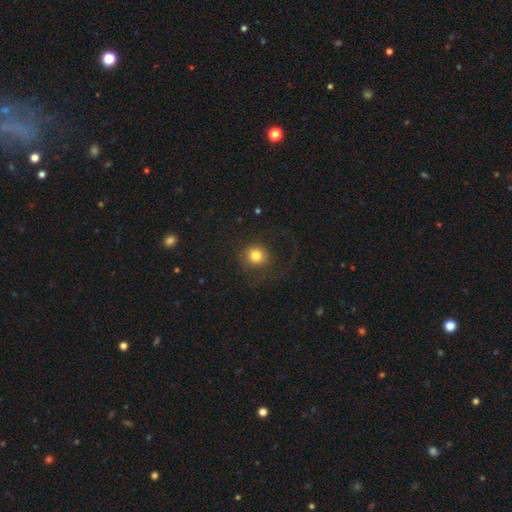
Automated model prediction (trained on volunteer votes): Smooth or featured? smooth (78%)
How rounded? round (91%)
Merging? none (72%)